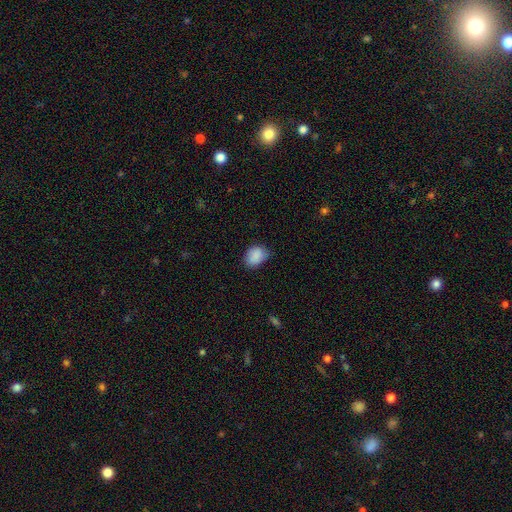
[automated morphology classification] This appears to be a smooth galaxy with no disk features (86%) that is in between round and cigar-shaped (69%). Merging: none (64%).